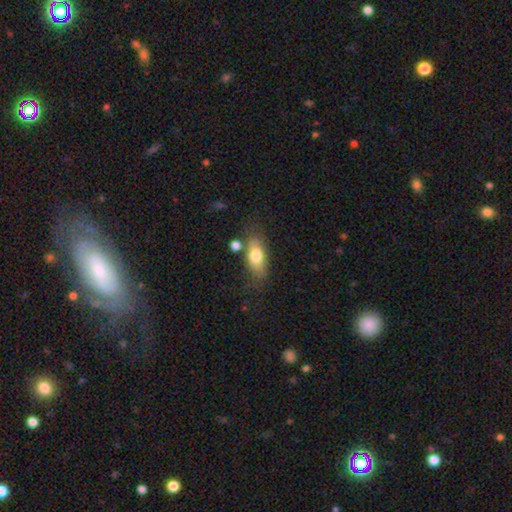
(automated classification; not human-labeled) A smooth galaxy with no disk features (73%) that is in between round and cigar-shaped (79%). Merging: none (66%).